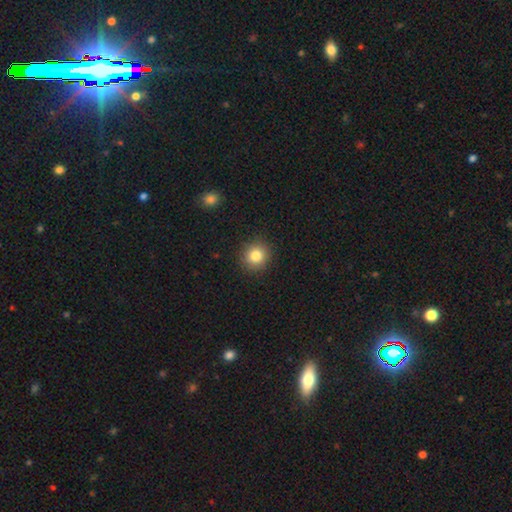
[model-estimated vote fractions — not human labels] Overall: smooth (82%). How rounded: round (90%). Merging: none (91%).